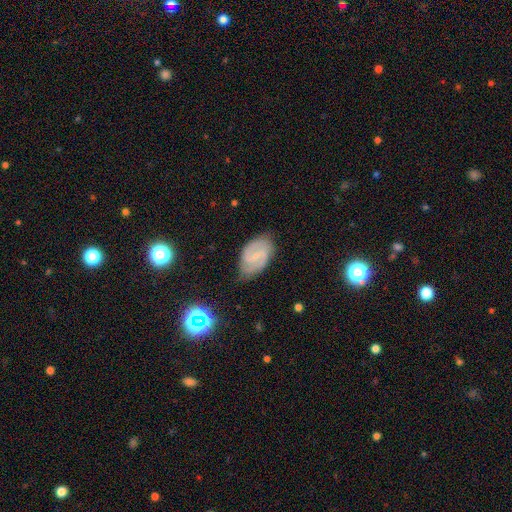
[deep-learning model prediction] smooth_or_featured: featured or disk (p=0.79) [alt: smooth p=0.14]
disk_edge_on: no (p=0.97) [alt: yes p=0.03]
bar: weak (p=0.56) [alt: no p=0.27]
has_spiral_arms: yes (p=0.95) [alt: no p=0.05]
spiral_winding: medium (p=0.50) [alt: tight p=0.33]
spiral_arm_count: 2 (p=0.87) [alt: can't tell p=0.07]
bulge_size: small (p=0.72) [alt: moderate p=0.14]
merging: none (p=0.73) [alt: minor disturbance p=0.20]